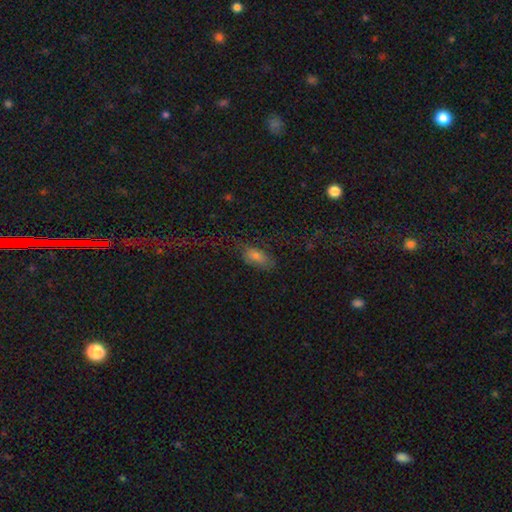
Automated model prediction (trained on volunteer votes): Overall: smooth (64%). How rounded: in between (80%). Merging: none (55%; minor disturbance 22%).